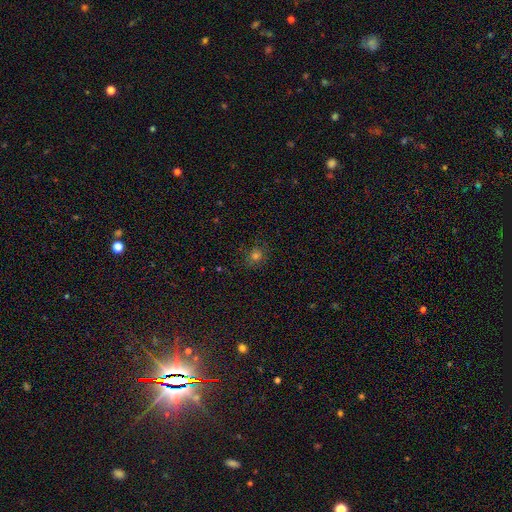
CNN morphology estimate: Q: Smooth or featured?
A: smooth (67%); runner-up: star or artifact (25%)
Q: How rounded?
A: round (79%); runner-up: in between (20%)
Q: Merging?
A: none (82%); runner-up: minor disturbance (13%)